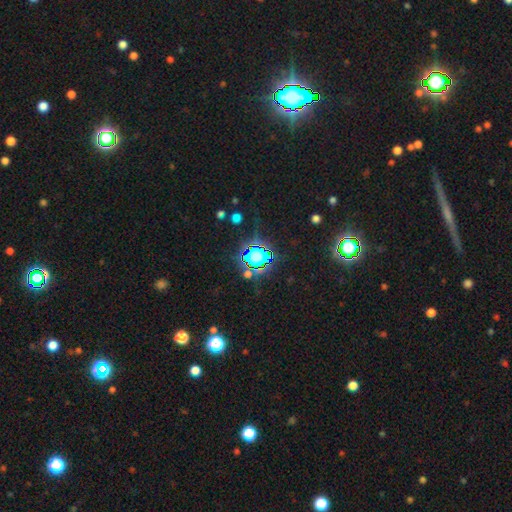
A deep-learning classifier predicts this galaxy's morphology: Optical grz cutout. It shows a star or artifact, not a galaxy (63%).